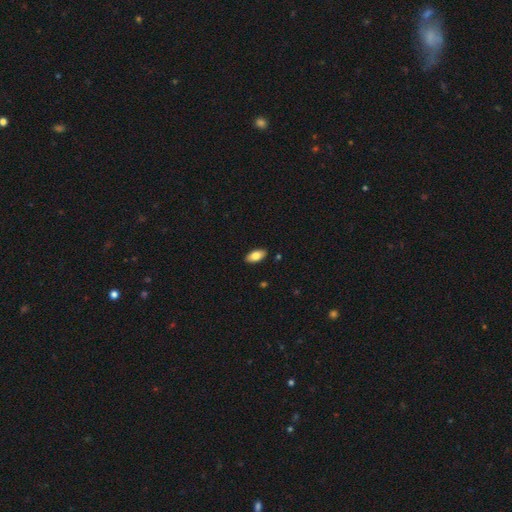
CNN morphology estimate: This appears to be a smooth galaxy with no disk features (81%) that is in between round and cigar-shaped (92%). Merging: none (89%).